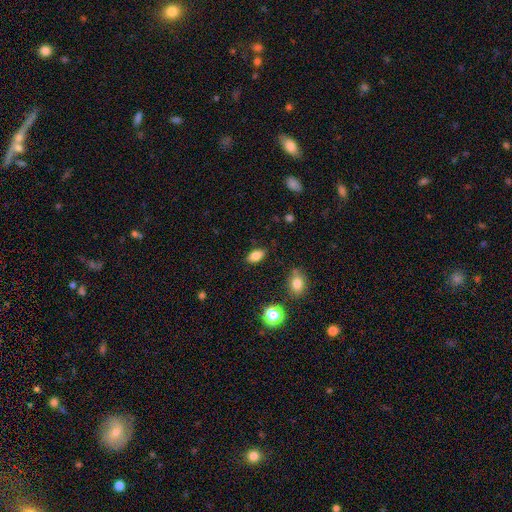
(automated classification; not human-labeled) The model was most divided on "smooth or featured": smooth: 81%, star or artifact: 10%, featured or disk: 8%. More confident: how rounded — in between (88%); merging — none (84%).